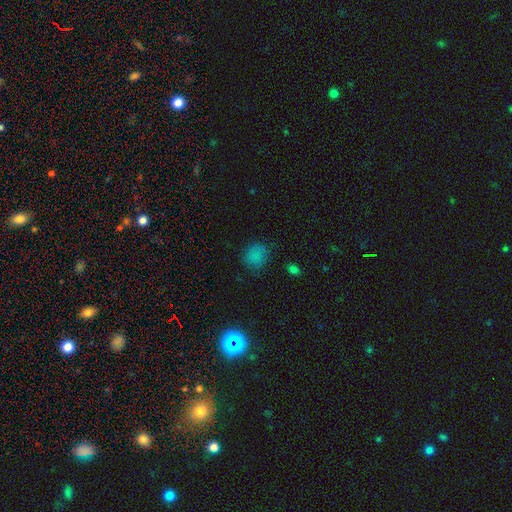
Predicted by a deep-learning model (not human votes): A smooth galaxy with no disk features (78%) that is round (70%). Merging: none (74%).